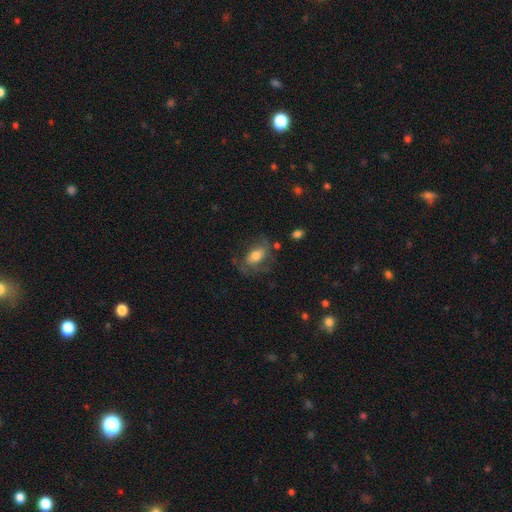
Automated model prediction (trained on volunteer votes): Q: Smooth or featured?
A: smooth (52%); runner-up: featured or disk (40%)
Q: How rounded?
A: in between (81%); runner-up: round (16%)
Q: Merging?
A: none (53%); runner-up: minor disturbance (24%)